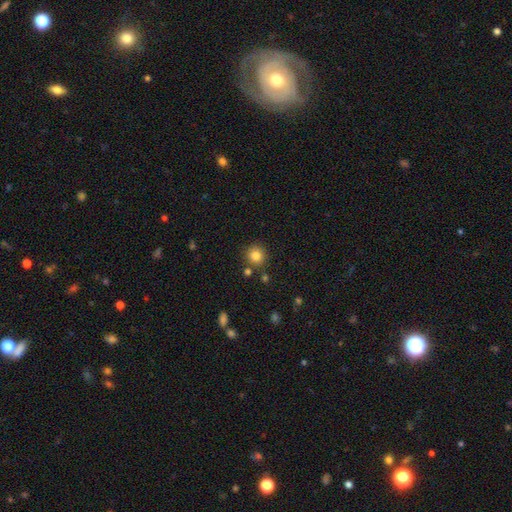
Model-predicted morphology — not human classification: Overall: smooth (83%). How rounded: round (92%). Merging: none (83%).